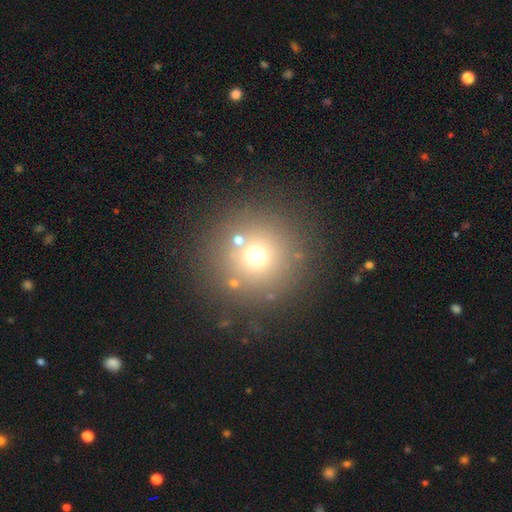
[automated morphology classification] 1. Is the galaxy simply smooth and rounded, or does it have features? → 66% smooth, 24% star or artifact, 11% featured or disk.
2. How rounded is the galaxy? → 95% round, 4% in between, 1% cigar-shaped.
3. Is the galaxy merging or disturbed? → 82% none, 7% minor disturbance, 6% merger, 5% major disturbance.